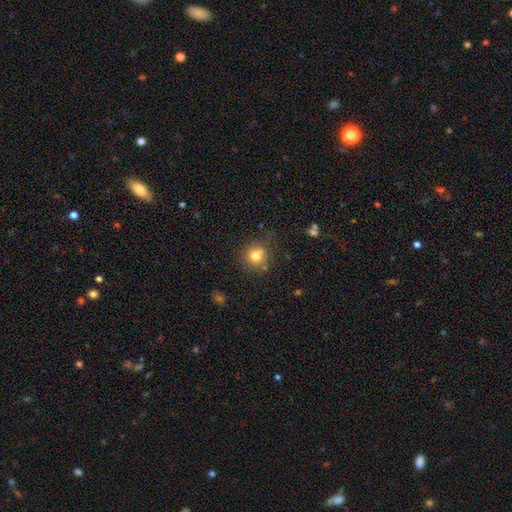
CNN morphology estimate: Smooth or featured?
  - smooth: 79% *
  - star or artifact: 12%
  - featured or disk: 8%
How rounded?
  - round: 88% *
  - in between: 11%
  - cigar-shaped: 1%
Merging?
  - none: 77% *
  - minor disturbance: 14%
  - major disturbance: 4%
  - merger: 4%